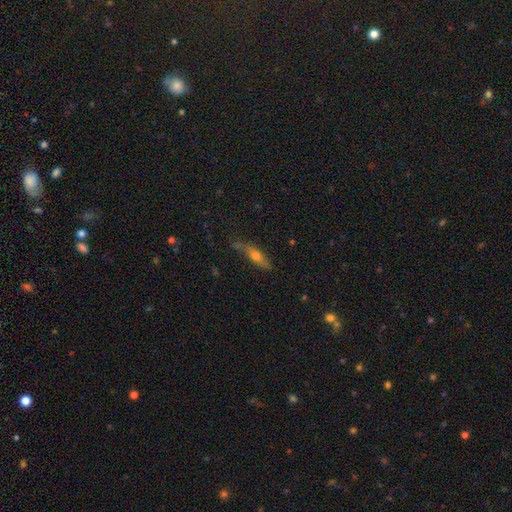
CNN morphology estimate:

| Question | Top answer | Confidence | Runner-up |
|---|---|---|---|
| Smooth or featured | featured or disk | 48% | smooth (44%) |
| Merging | none | 68% | minor disturbance (23%) |